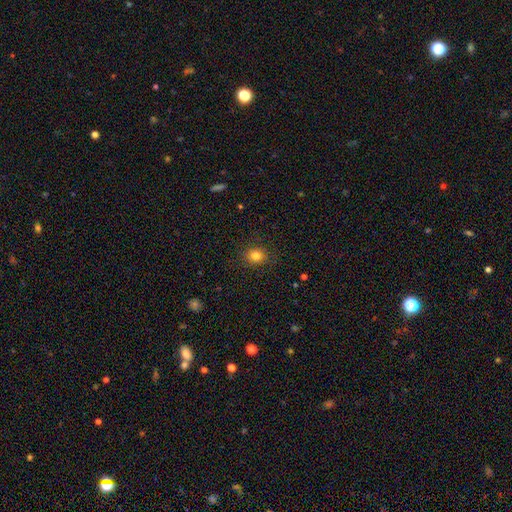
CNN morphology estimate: Q: Smooth or featured?
A: smooth (82%); runner-up: star or artifact (12%)
Q: How rounded?
A: round (67%); runner-up: in between (32%)
Q: Merging?
A: none (87%); runner-up: minor disturbance (10%)